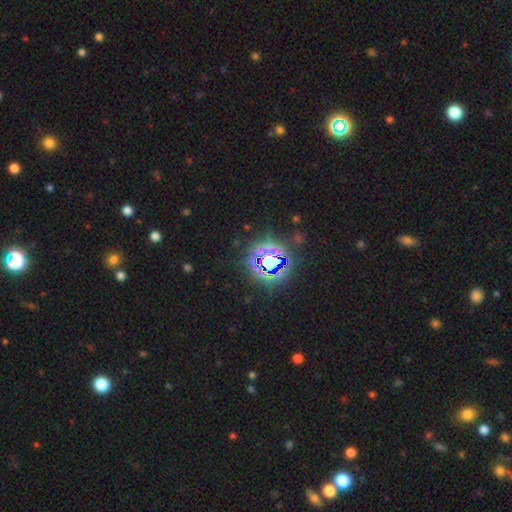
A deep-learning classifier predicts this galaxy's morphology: A star or artifact, not a galaxy (80%).

Vote fractions:
- Smooth or featured? star or artifact: 80% / smooth: 12% / featured or disk: 8%